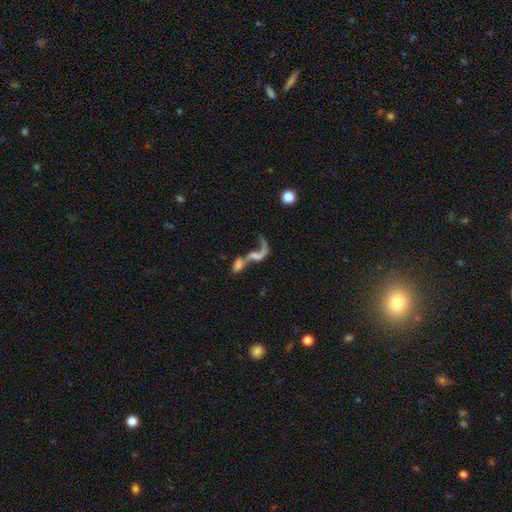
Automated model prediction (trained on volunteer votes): smooth-or-featured: featured or disk: 56% | smooth: 28% | star or artifact: 16%
  disk-edge-on: no: 89% | yes: 11%
  merging: merger: 60% | major disturbance: 16% | none: 16% | minor disturbance: 7%